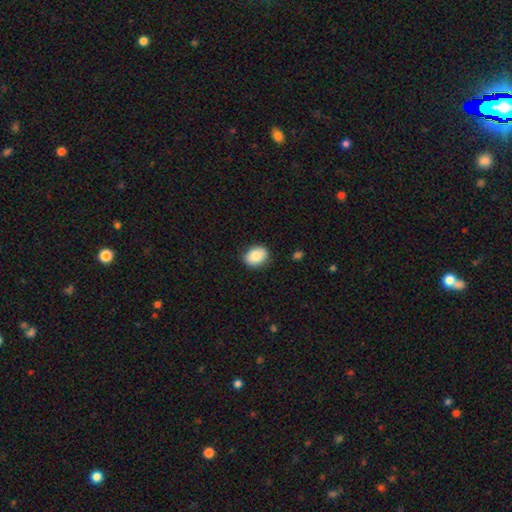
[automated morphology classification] smooth_or_featured: smooth (p=0.84) [alt: featured or disk p=0.09]
how_rounded: in between (p=0.65) [alt: round p=0.34]
merging: none (p=0.86) [alt: minor disturbance p=0.11]